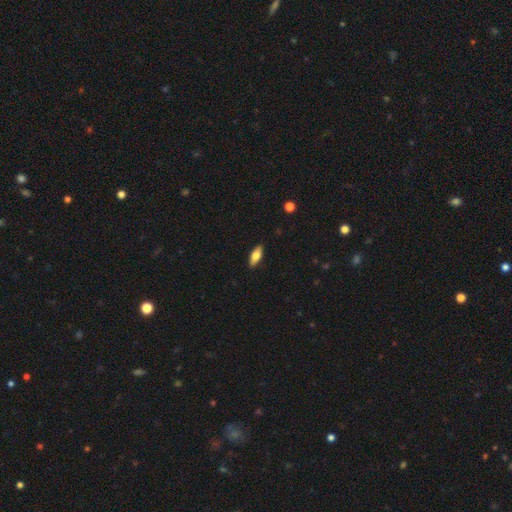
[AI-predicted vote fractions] Q: Smooth or featured?
A: smooth (70%); runner-up: featured or disk (24%)
Q: How rounded?
A: in between (75%); runner-up: cigar-shaped (23%)
Q: Merging?
A: none (89%); runner-up: minor disturbance (9%)